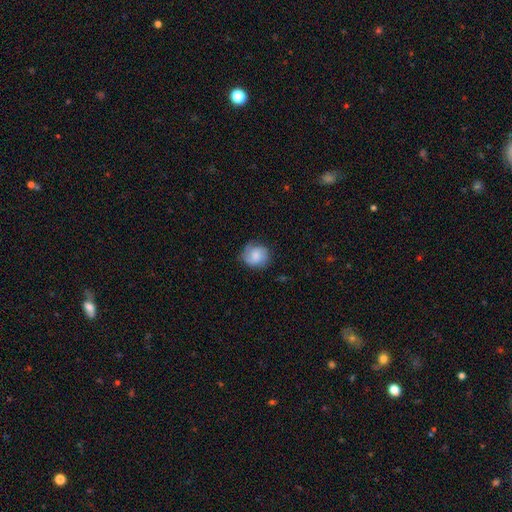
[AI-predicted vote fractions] Morphology: type=smooth (55%); roundness=round (81%); merging=none (73%).